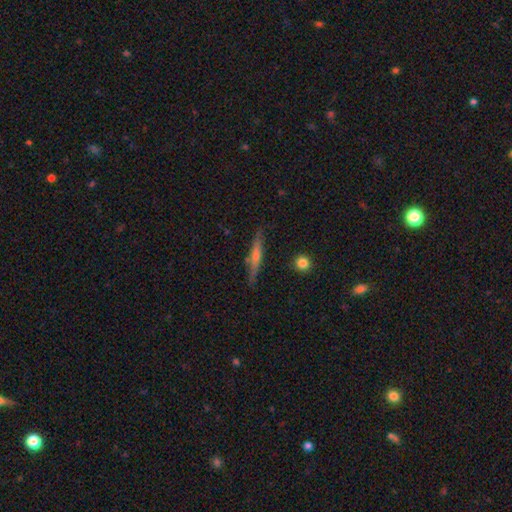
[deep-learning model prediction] Smooth or featured? Predicted: featured or disk (p=0.58). Edge-on disk? Predicted: yes (p=0.95). Edge-on bulge? Predicted: rounded (p=0.60). Merging? Predicted: none (p=0.85).